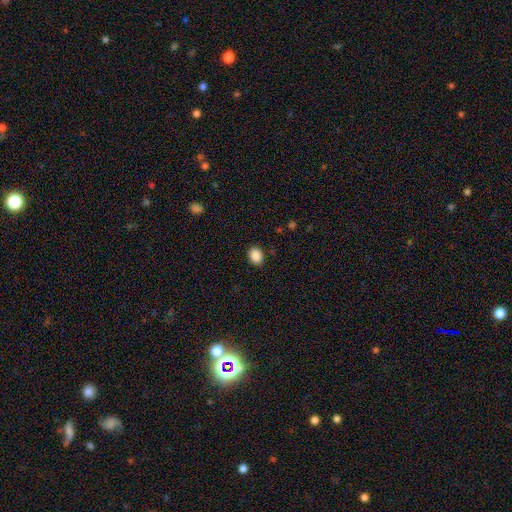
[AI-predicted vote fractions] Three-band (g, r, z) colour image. It shows a smooth galaxy with no disk features (89%) that is in between round and cigar-shaped (61%). Merging: none (89%).